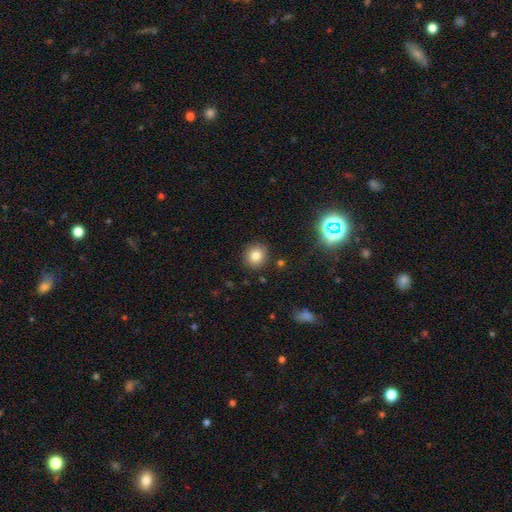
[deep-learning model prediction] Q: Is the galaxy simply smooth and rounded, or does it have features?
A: smooth — 80%.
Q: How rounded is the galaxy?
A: round — 87%.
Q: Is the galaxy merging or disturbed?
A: none — 89%.